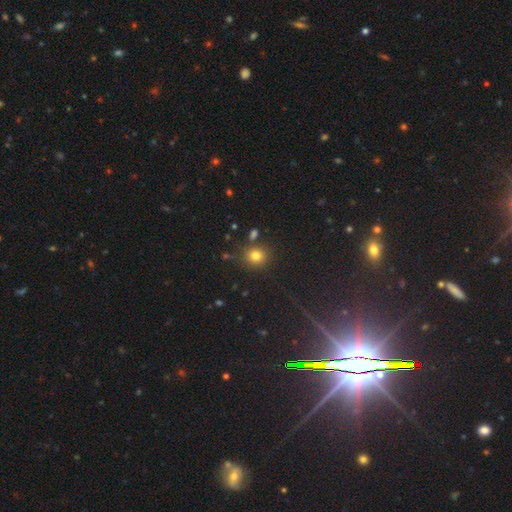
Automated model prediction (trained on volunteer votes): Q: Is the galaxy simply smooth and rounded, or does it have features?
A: smooth — 79%.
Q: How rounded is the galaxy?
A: round — 84%.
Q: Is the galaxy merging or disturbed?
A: none — 80%.